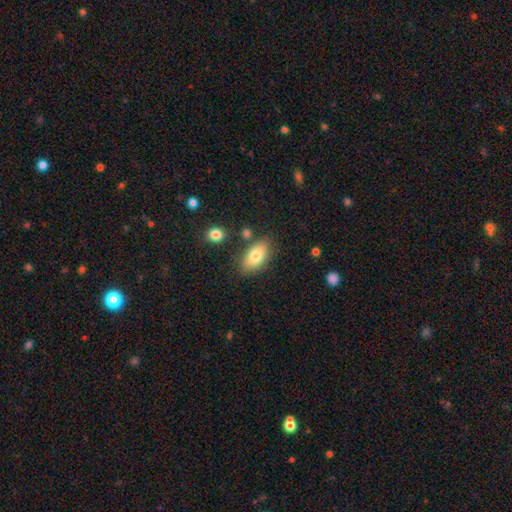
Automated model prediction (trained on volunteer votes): A smooth galaxy with no disk features (79%) that is in between round and cigar-shaped (91%). Merging: none (77%).